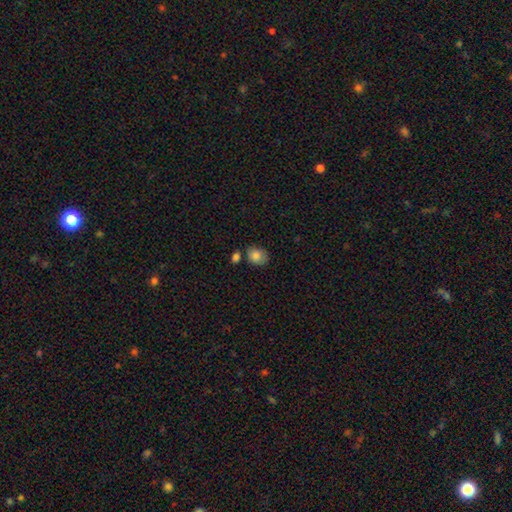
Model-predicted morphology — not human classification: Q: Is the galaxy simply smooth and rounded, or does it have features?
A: smooth — 85%.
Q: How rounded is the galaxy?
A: round — 50%.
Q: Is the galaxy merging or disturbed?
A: none — 67%.